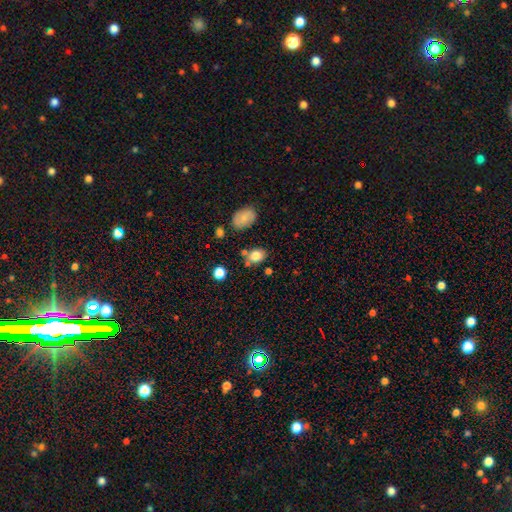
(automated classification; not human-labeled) Morphology: type=smooth (79%); roundness=in between (66%); merging=none (68%).